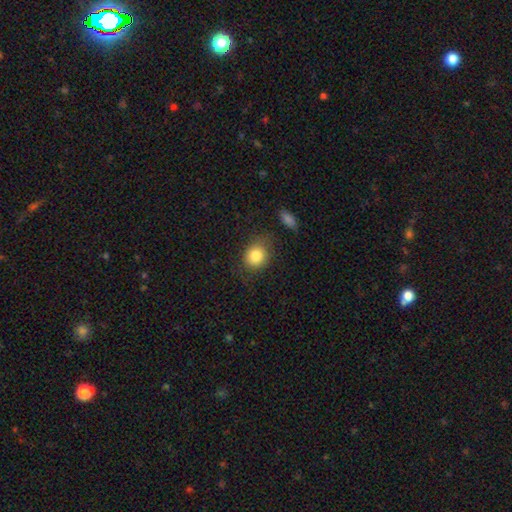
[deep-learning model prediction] smooth 83%, star or artifact 9%, featured or disk 8%. Down the decision tree: how rounded — round (65%); merging — none (74%).